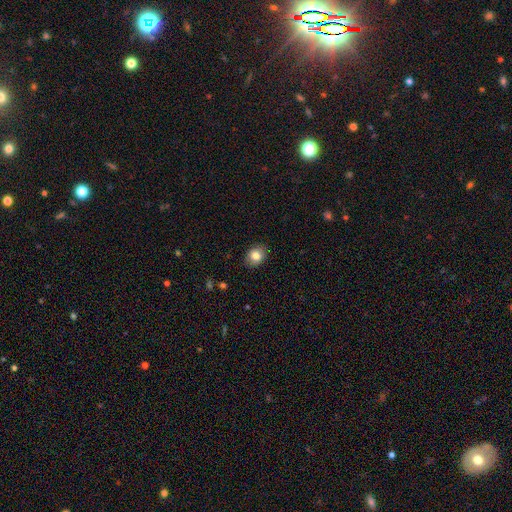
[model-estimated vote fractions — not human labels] This appears to be a smooth galaxy with no disk features (83%) that is in between round and cigar-shaped (57%). Merging: none (87%).